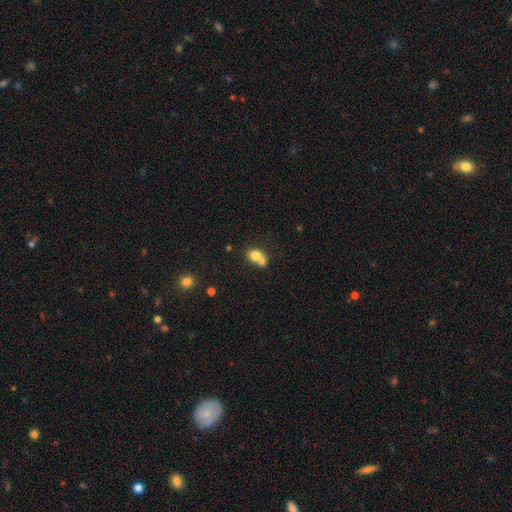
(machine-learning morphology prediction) Q: Smooth or featured?
A: smooth (75%); runner-up: featured or disk (14%)
Q: How rounded?
A: round (58%); runner-up: in between (41%)
Q: Merging?
A: merger (59%); runner-up: none (31%)